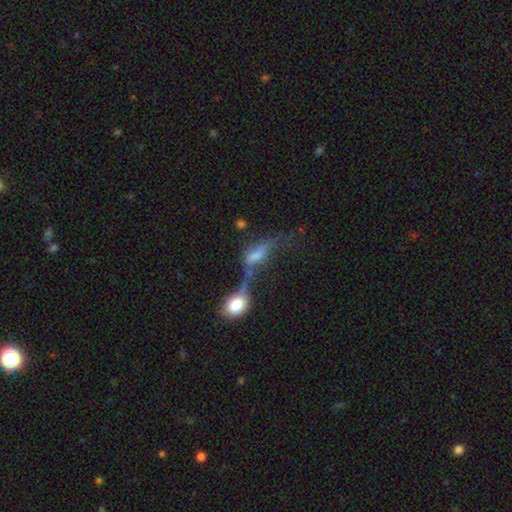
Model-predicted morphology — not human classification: A smooth galaxy with no disk features (46%). Merging: merger (55%).